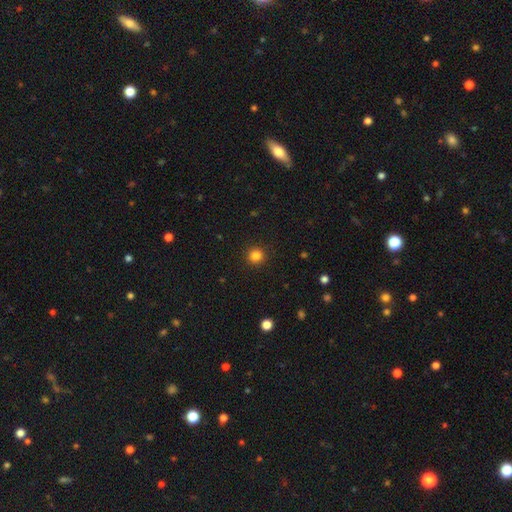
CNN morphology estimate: Q: Smooth or featured?
A: smooth (83%); runner-up: star or artifact (13%)
Q: How rounded?
A: round (93%); runner-up: in between (6%)
Q: Merging?
A: none (92%); runner-up: minor disturbance (5%)